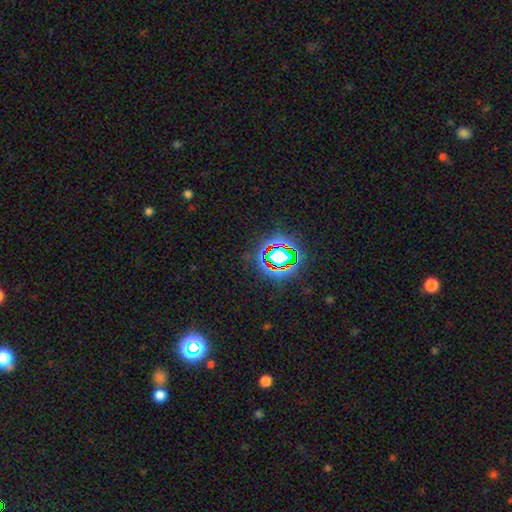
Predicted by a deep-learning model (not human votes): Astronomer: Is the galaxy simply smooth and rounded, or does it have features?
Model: star or artifact — 77%.